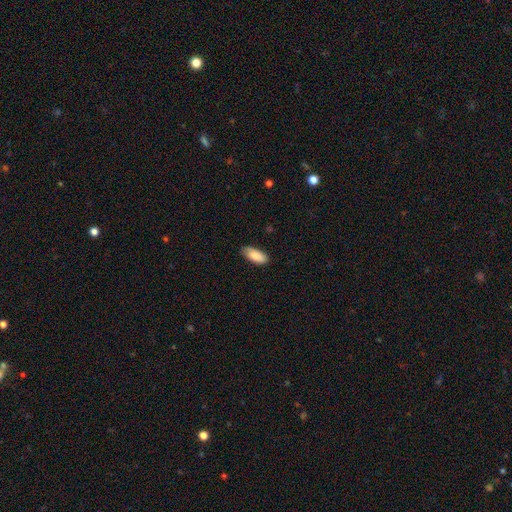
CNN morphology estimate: Overall: smooth (87%). How rounded: in between (86%). Merging: none (74%).